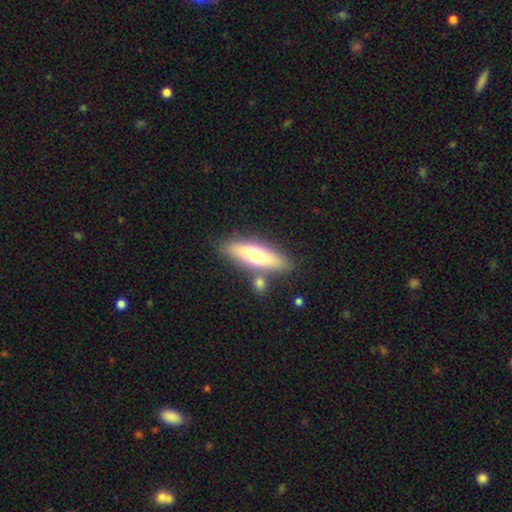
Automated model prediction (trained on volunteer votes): Smooth or featured: smooth — 57% (featured or disk — 38%)
How rounded: cigar-shaped — 55% (in between — 43%)
Merging: none — 75% (minor disturbance — 12%)